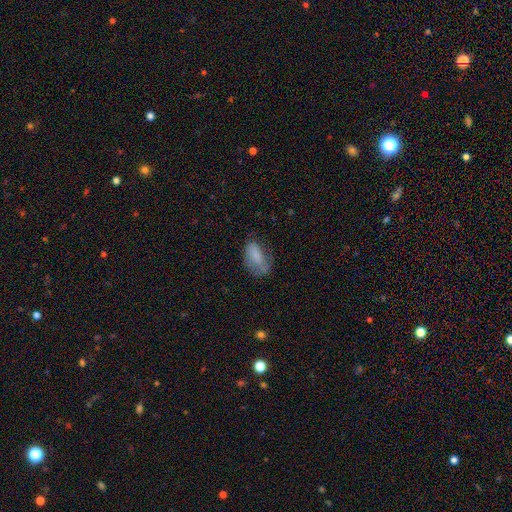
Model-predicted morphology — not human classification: Smooth or featured? smooth (73%)
How rounded? in between (89%)
Merging? none (45%)